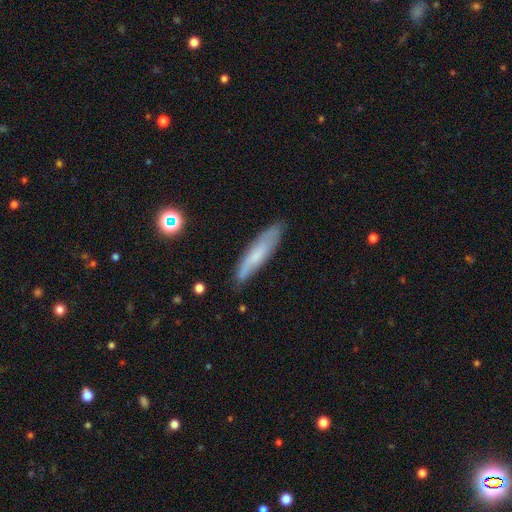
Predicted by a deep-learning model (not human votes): The model was most divided on "smooth or featured": smooth: 59%, featured or disk: 33%, star or artifact: 9%. More confident: how rounded — cigar-shaped (80%); merging — none (78%).